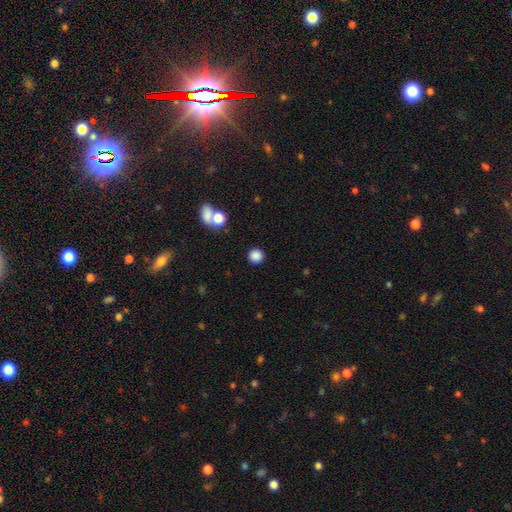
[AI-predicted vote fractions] smooth-or-featured: smooth: 85% | star or artifact: 11% | featured or disk: 4%
  how-rounded: round: 92% | in between: 7% | cigar-shaped: 1%
  merging: none: 87% | minor disturbance: 6% | merger: 4% | major disturbance: 3%